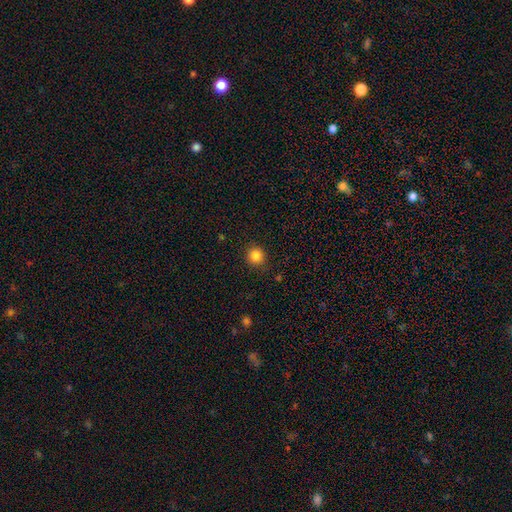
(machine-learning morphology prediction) Smooth or featured? smooth (85%)
How rounded? round (92%)
Merging? none (90%)